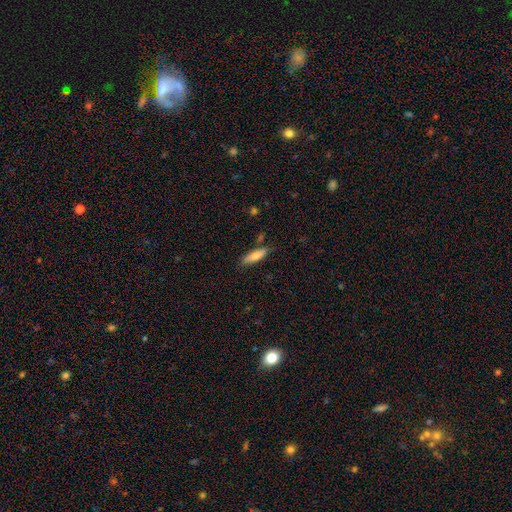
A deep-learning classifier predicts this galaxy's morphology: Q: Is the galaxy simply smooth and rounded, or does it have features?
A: smooth — 71%.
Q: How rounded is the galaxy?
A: cigar-shaped — 65%.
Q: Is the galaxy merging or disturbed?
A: none — 78%.